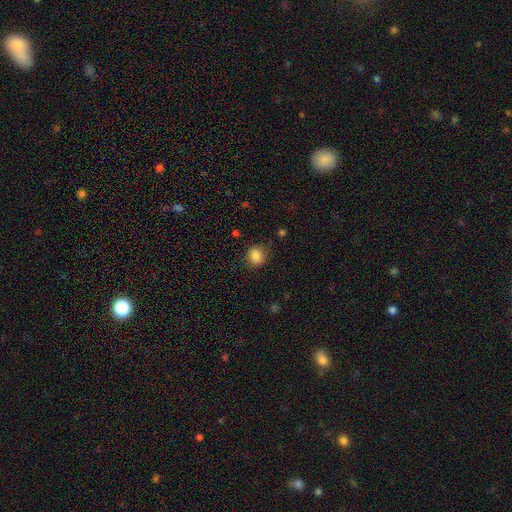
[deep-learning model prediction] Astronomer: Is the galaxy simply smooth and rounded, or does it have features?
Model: smooth — 86%.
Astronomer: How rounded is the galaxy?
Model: round — 62%.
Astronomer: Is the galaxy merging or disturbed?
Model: none — 73%.